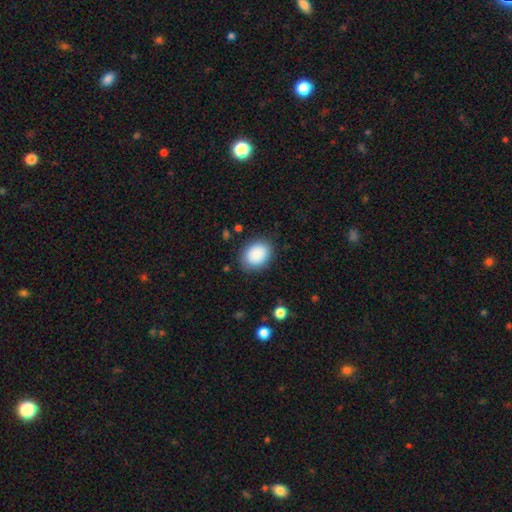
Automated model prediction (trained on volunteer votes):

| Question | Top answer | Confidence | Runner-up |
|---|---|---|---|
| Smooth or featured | smooth | 89% | star or artifact (7%) |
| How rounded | in between | 55% | round (45%) |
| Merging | none | 85% | minor disturbance (11%) |